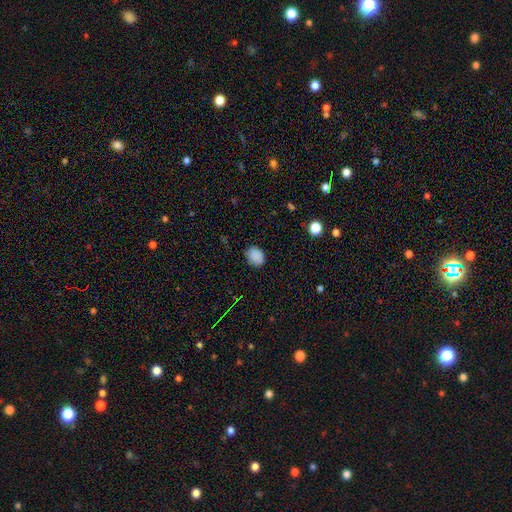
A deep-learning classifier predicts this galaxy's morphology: Smooth or featured? Predicted: smooth (p=0.84). How rounded? Predicted: in between (p=0.51). Merging? Predicted: none (p=0.80).